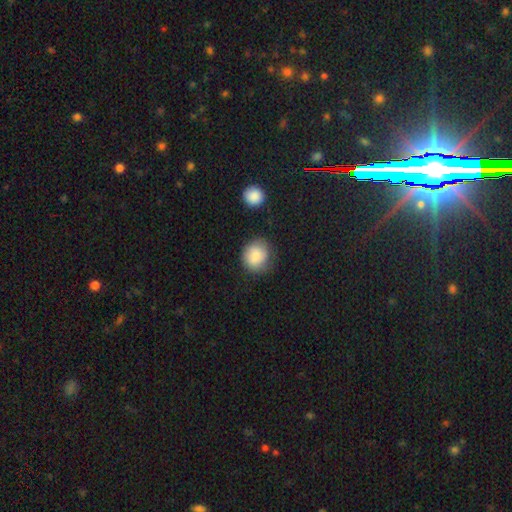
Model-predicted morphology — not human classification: This appears to be a smooth galaxy with no disk features (84%) that is round (79%). Merging: none (72%).